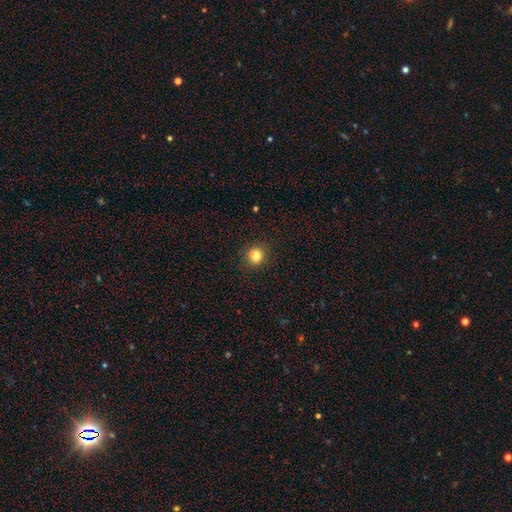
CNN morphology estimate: smooth_or_featured: smooth (p=0.76) [alt: star or artifact p=0.13]
how_rounded: round (p=0.83) [alt: in between p=0.16]
merging: none (p=0.61) [alt: merger p=0.26]